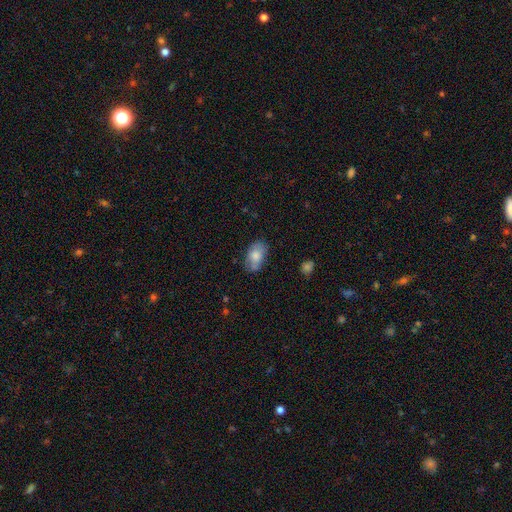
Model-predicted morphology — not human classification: A smooth galaxy with no disk features (76%) that is in between round and cigar-shaped (92%).

Vote fractions:
- Smooth or featured? smooth: 76% / featured or disk: 17% / star or artifact: 7%
- How rounded? in between: 92% / round: 6% / cigar-shaped: 2%
- Merging? none: 69% / minor disturbance: 23% / major disturbance: 5% / merger: 2%